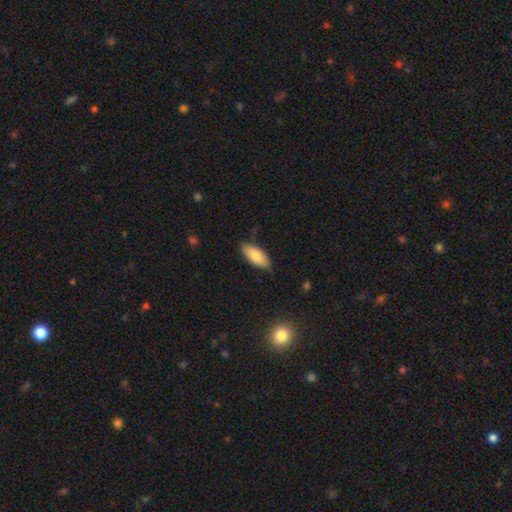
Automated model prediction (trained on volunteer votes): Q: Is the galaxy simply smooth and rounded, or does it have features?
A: smooth — 81%.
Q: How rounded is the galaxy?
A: in between — 83%.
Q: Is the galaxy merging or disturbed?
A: none — 78%.